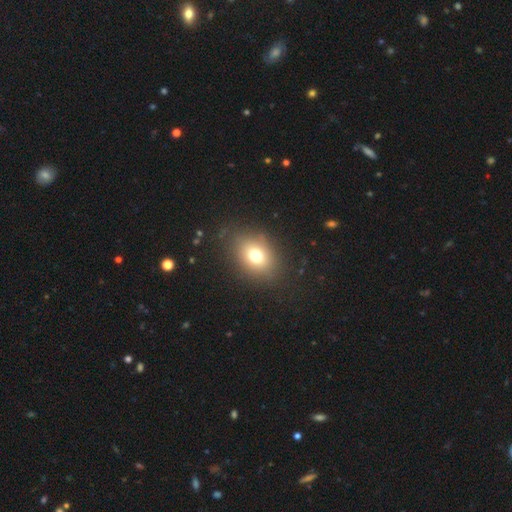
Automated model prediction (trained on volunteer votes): smooth_or_featured: smooth (p=0.74) [alt: star or artifact p=0.13]
how_rounded: in between (p=0.63) [alt: round p=0.36]
merging: none (p=0.82) [alt: minor disturbance p=0.11]